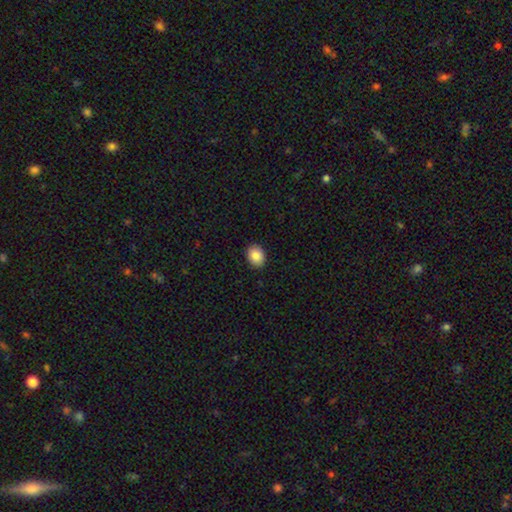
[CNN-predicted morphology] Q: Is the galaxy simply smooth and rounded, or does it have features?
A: smooth — 86%.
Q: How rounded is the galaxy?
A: in between — 57%.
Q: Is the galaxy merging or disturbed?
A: none — 91%.